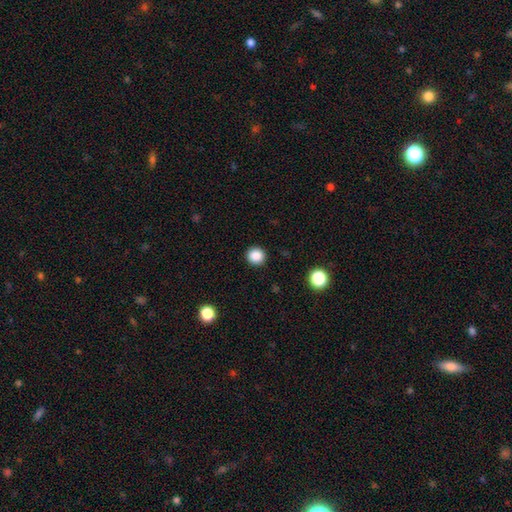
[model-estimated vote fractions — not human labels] smooth_or_featured: smooth (p=0.87) [alt: star or artifact p=0.11]
how_rounded: round (p=0.91) [alt: in between p=0.08]
merging: none (p=0.92) [alt: minor disturbance p=0.05]